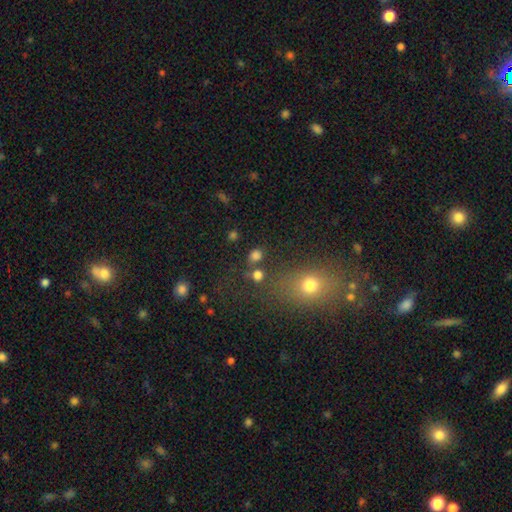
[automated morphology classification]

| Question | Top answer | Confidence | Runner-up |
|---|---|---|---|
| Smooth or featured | smooth | 78% | star or artifact (17%) |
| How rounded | round | 70% | in between (29%) |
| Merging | none | 75% | merger (12%) |